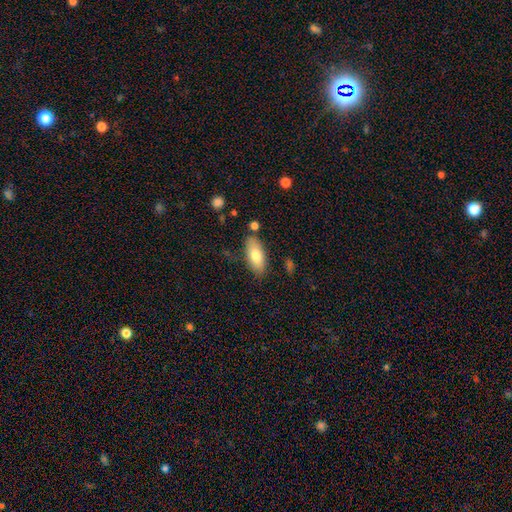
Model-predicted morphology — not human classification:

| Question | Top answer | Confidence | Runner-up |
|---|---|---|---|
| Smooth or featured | smooth | 77% | featured or disk (17%) |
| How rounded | in between | 86% | cigar-shaped (12%) |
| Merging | none | 80% | minor disturbance (13%) |